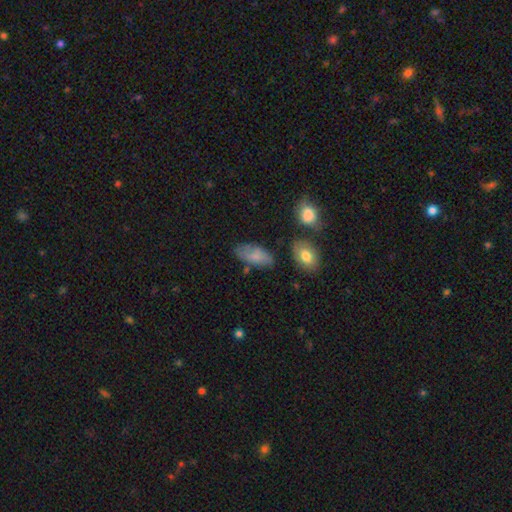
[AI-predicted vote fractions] A smooth galaxy with no disk features (71%) that is in between round and cigar-shaped (91%).

Vote fractions:
- Smooth or featured? smooth: 71% / featured or disk: 21% / star or artifact: 8%
- How rounded? in between: 91% / cigar-shaped: 5% / round: 4%
- Merging? none: 62% / minor disturbance: 24% / major disturbance: 8% / merger: 6%